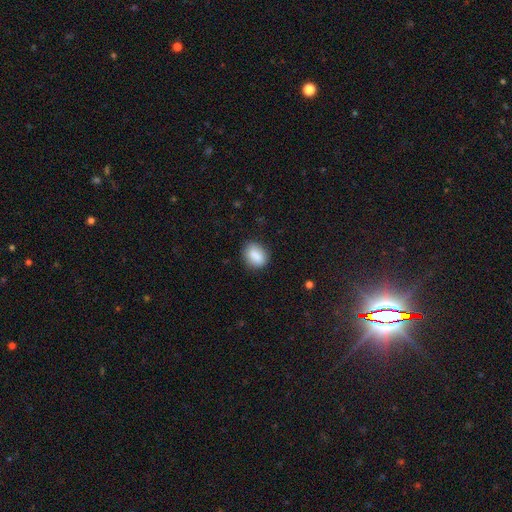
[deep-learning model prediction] Smooth or featured? Predicted: smooth (p=0.84). How rounded? Predicted: in between (p=0.65). Merging? Predicted: none (p=0.81).